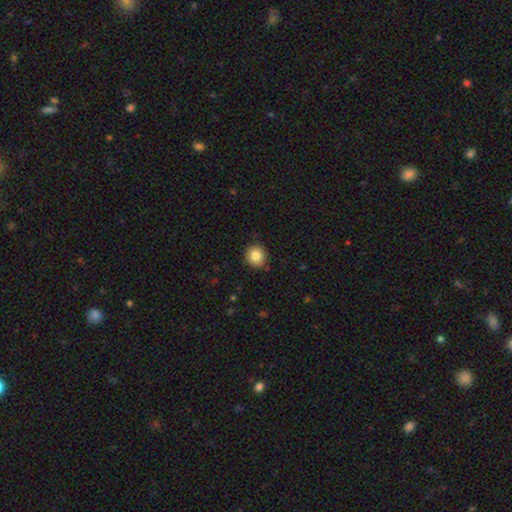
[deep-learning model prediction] Smooth or featured? smooth (84%)
How rounded? round (85%)
Merging? none (89%)